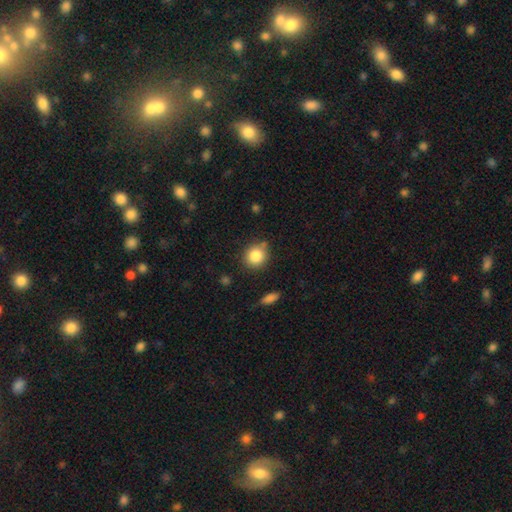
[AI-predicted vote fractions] smooth-or-featured: smooth: 85% | star or artifact: 9% | featured or disk: 6%
  how-rounded: round: 85% | in between: 14% | cigar-shaped: 1%
  merging: none: 78% | minor disturbance: 13% | merger: 6% | major disturbance: 3%